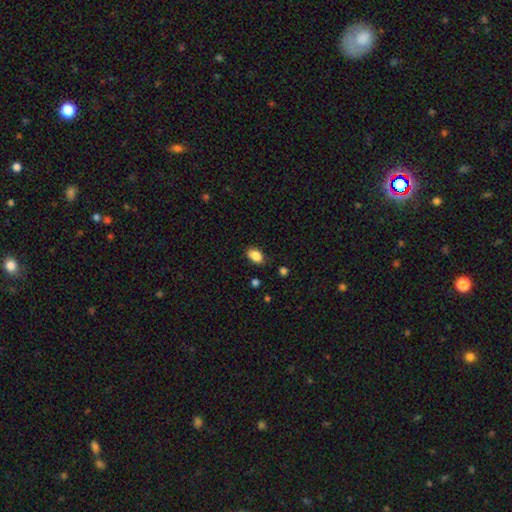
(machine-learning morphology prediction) Smooth or featured? Predicted: smooth (p=0.86). How rounded? Predicted: in between (p=0.89). Merging? Predicted: none (p=0.79).